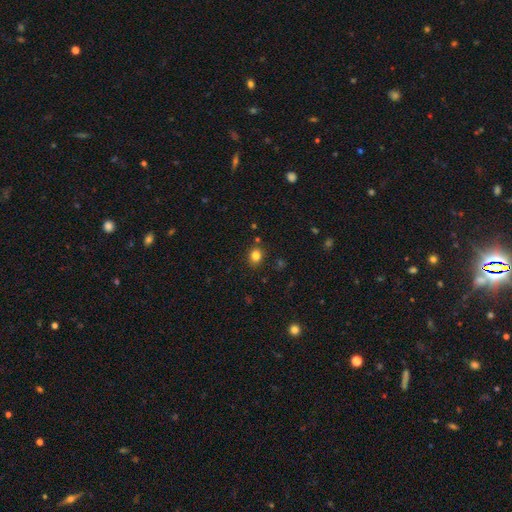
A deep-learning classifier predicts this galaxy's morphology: smooth 82%, star or artifact 12%, featured or disk 6%. Down the decision tree: how rounded — round (62%); merging — none (85%).